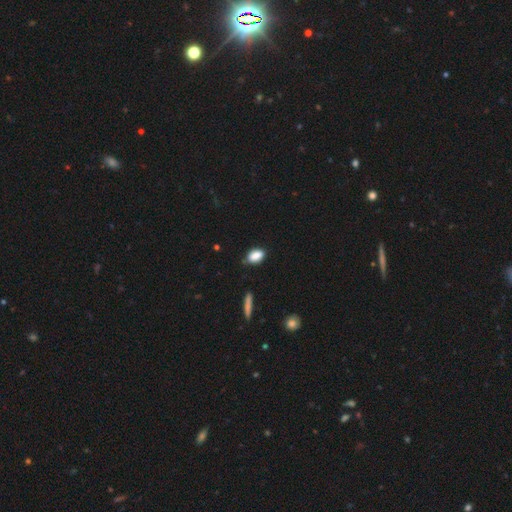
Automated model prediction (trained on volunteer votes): Overall: smooth (86%). How rounded: in between (88%). Merging: none (77%).